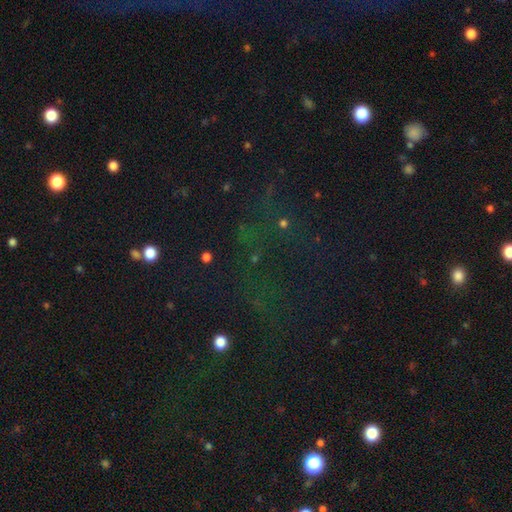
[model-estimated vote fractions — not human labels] Smooth or featured? star or artifact (63%)